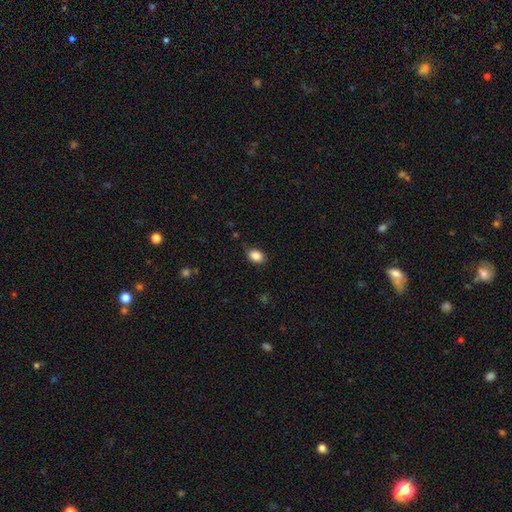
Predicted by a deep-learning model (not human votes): Overall: smooth (86%). How rounded: in between (75%). Merging: none (85%).